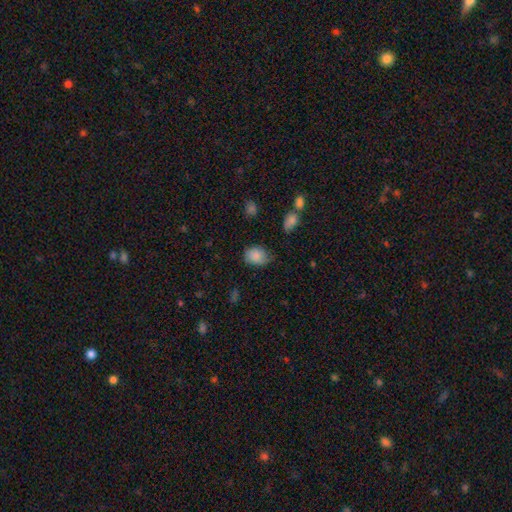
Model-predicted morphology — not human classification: A smooth galaxy with no disk features (84%) that is in between round and cigar-shaped (61%). Merging: none (61%).